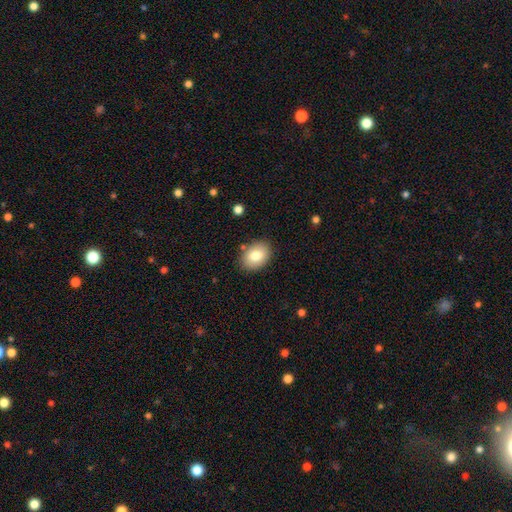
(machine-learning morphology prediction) This appears to be a smooth galaxy with no disk features (79%) that is in between round and cigar-shaped (71%). Merging: none (85%).